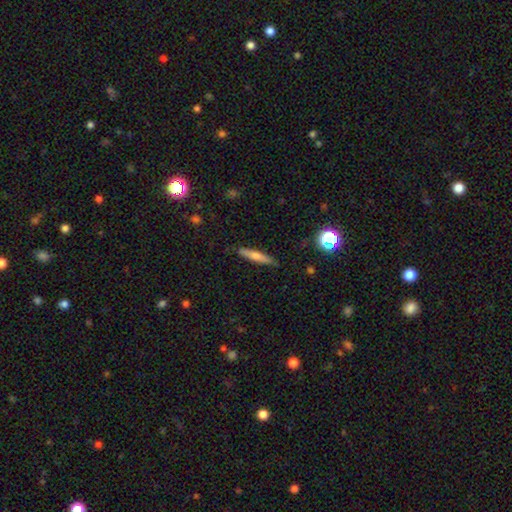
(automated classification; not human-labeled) smooth-or-featured: smooth: 53% | featured or disk: 38% | star or artifact: 9%
  how-rounded: cigar-shaped: 88% | in between: 9% | round: 2%
  merging: none: 87% | minor disturbance: 9% | major disturbance: 2% | merger: 1%